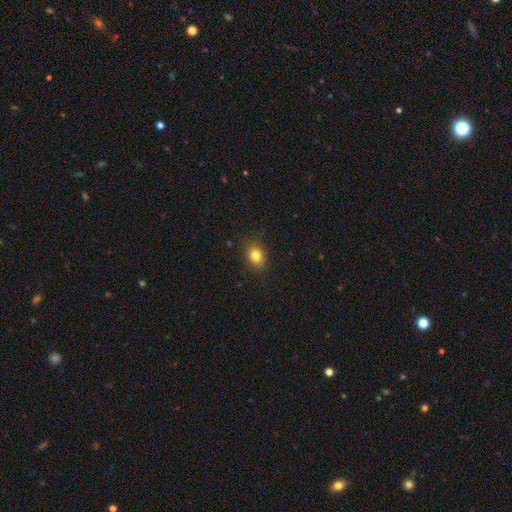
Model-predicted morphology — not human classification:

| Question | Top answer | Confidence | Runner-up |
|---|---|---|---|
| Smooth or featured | smooth | 82% | star or artifact (11%) |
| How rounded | in between | 64% | round (35%) |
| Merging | none | 86% | minor disturbance (10%) |